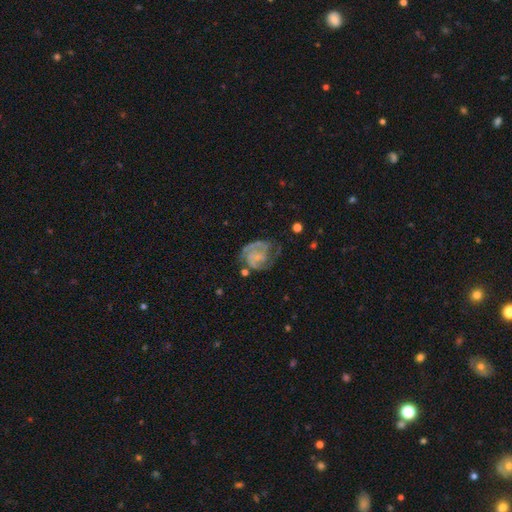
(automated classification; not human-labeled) Smooth or featured: featured or disk — 83% (smooth — 11%)
Edge-on disk: no — 98% (yes — 2%)
Bar: no — 62% (weak — 31%)
Spiral arms: yes — 93% (no — 7%)
Spiral winding: tight — 45% (medium — 43%)
Spiral arm count: 2 — 49% (3 — 21%)
Bulge size: small — 44% (none — 40%)
Merging: none — 55% (minor disturbance — 22%)